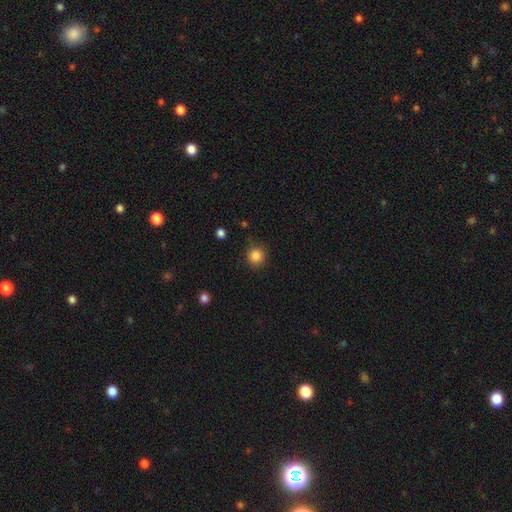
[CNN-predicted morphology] This appears to be a smooth galaxy with no disk features (86%) that is round (92%). Merging: none (88%).